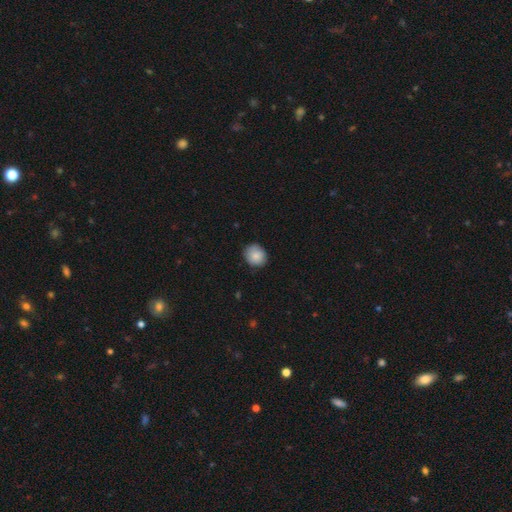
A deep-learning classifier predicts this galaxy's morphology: Q: Smooth or featured?
A: smooth (86%); runner-up: star or artifact (8%)
Q: How rounded?
A: round (77%); runner-up: in between (22%)
Q: Merging?
A: none (81%); runner-up: minor disturbance (15%)